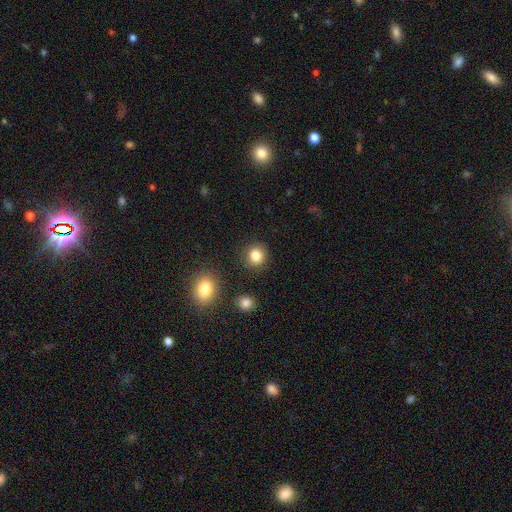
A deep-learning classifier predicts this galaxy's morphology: Smooth or featured? Predicted: smooth (p=0.84). How rounded? Predicted: round (p=0.86). Merging? Predicted: none (p=0.88).